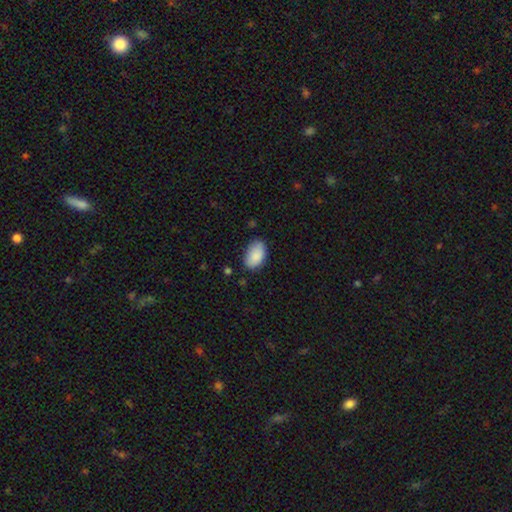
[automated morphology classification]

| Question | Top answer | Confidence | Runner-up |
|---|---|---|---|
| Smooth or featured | smooth | 89% | star or artifact (7%) |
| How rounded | in between | 93% | round (6%) |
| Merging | none | 76% | minor disturbance (19%) |